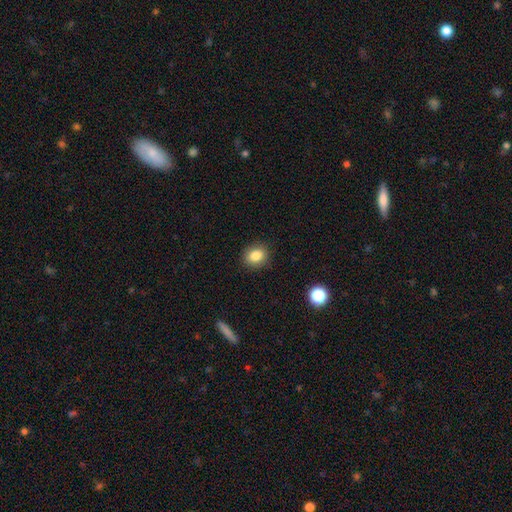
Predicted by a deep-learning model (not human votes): A smooth galaxy with no disk features (84%) that is round (57%).

Vote fractions:
- Smooth or featured? smooth: 84% / star or artifact: 10% / featured or disk: 6%
- How rounded? round: 57% / in between: 42% / cigar-shaped: 1%
- Merging? none: 88% / minor disturbance: 9% / major disturbance: 2% / merger: 1%